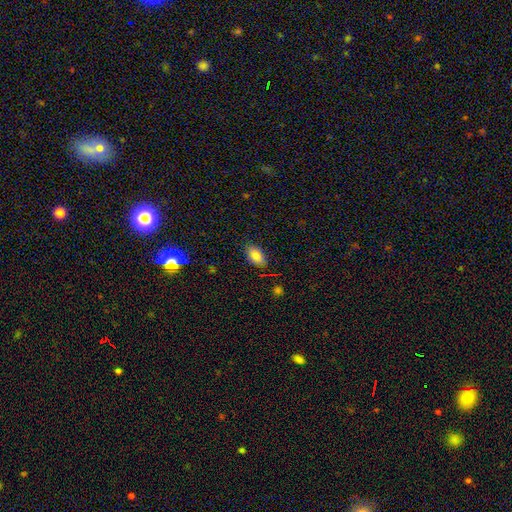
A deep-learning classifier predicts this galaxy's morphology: This is clearly a smooth galaxy (83%). How rounded: clearly in between (91%). Merging: clearly none (80%).